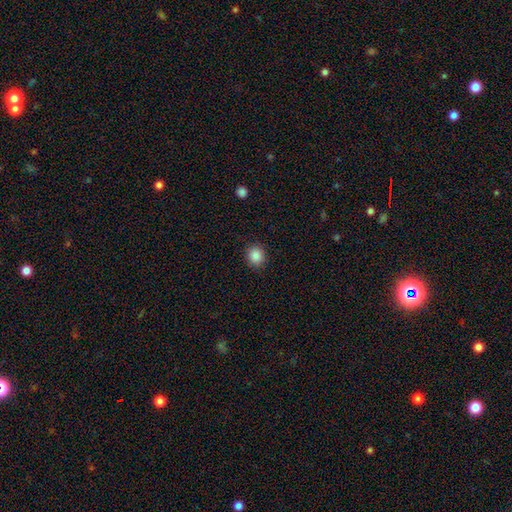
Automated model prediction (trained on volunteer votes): Q: Smooth or featured?
A: smooth (87%); runner-up: star or artifact (9%)
Q: How rounded?
A: round (78%); runner-up: in between (21%)
Q: Merging?
A: none (89%); runner-up: minor disturbance (7%)